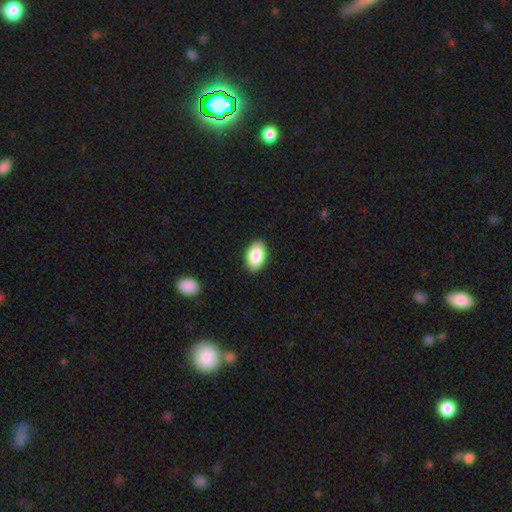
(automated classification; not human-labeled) The model was most divided on "smooth or featured": smooth: 86%, featured or disk: 7%, star or artifact: 7%. More confident: how rounded — in between (93%); merging — none (89%).